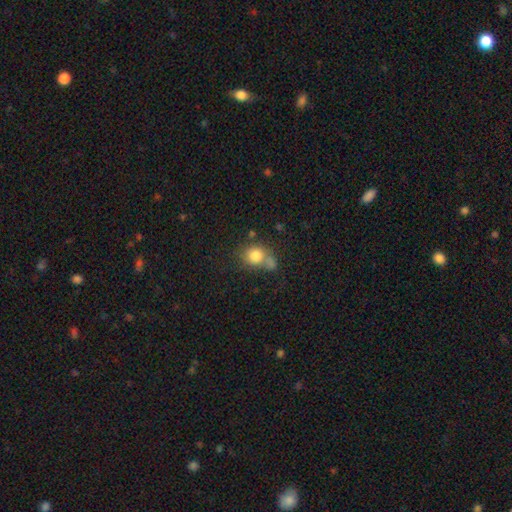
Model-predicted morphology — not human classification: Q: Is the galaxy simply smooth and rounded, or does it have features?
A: smooth — 81%.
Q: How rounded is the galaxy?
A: round — 74%.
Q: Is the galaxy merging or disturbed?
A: none — 45%.